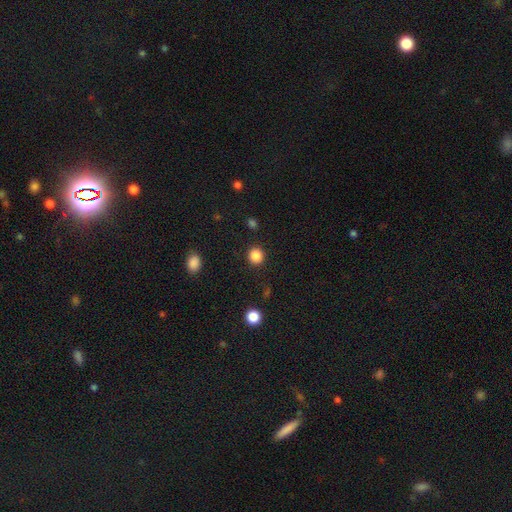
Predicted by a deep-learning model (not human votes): This is clearly a smooth galaxy (86%). How rounded: clearly round (90%). Merging: clearly none (91%).